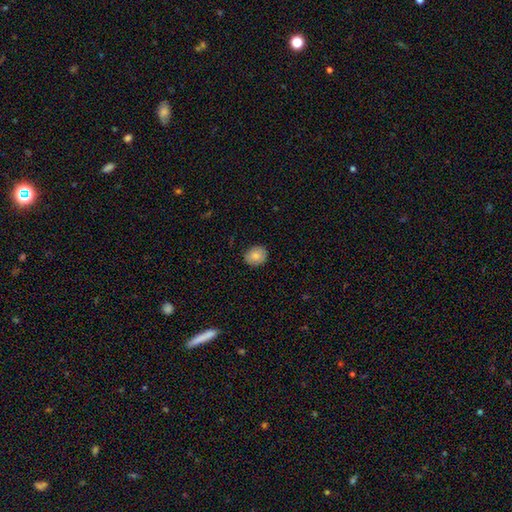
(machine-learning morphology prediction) Smooth or featured: smooth — 82% (featured or disk — 10%)
How rounded: round — 61% (in between — 38%)
Merging: none — 85% (minor disturbance — 12%)